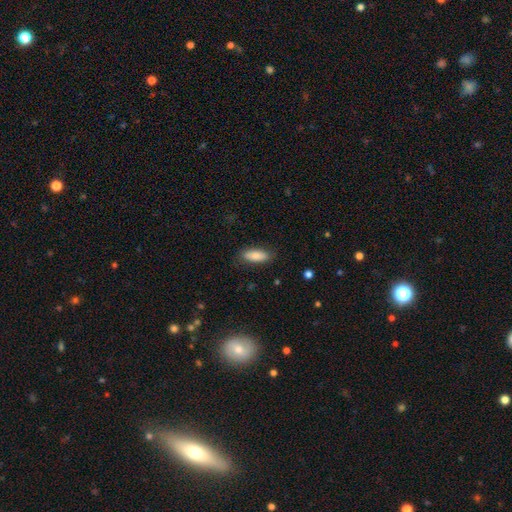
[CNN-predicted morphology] Overall: smooth (84%). How rounded: in between (73%). Merging: none (84%).